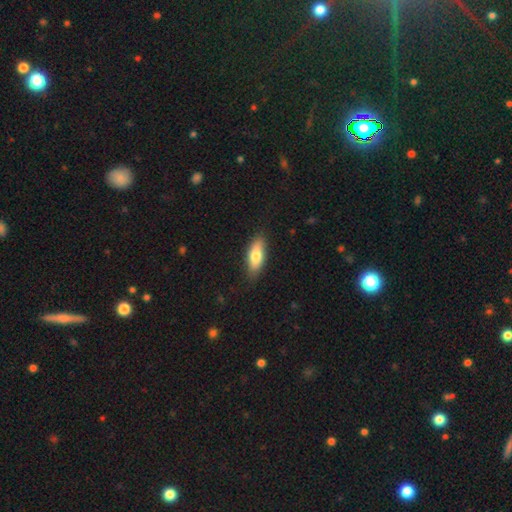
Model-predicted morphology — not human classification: This is likely a smooth galaxy (75%). How rounded: likely in between (73%). Merging: clearly none (85%).